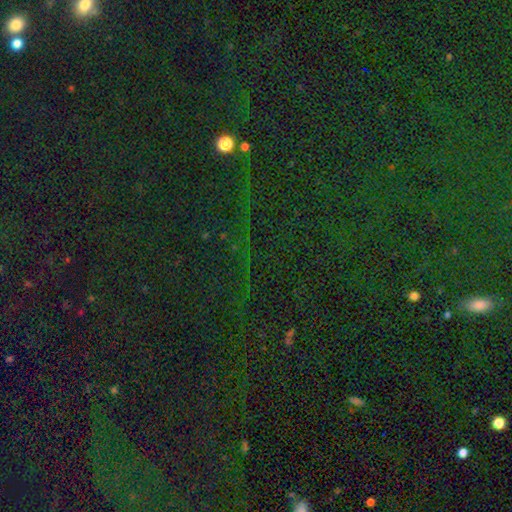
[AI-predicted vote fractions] Smooth or featured: star or artifact — 82% (smooth — 11%)